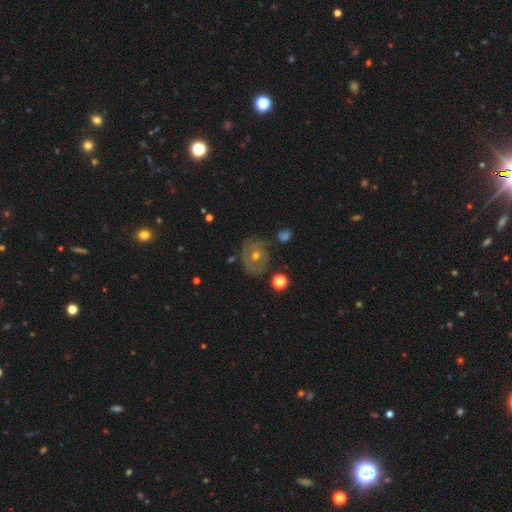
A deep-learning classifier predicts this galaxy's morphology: Smooth or featured? featured or disk (68%)
Edge-on disk? no (96%)
Bar? no (80%)
Spiral arms? yes (69%)
Bulge size? moderate (63%)
Merging? none (73%)